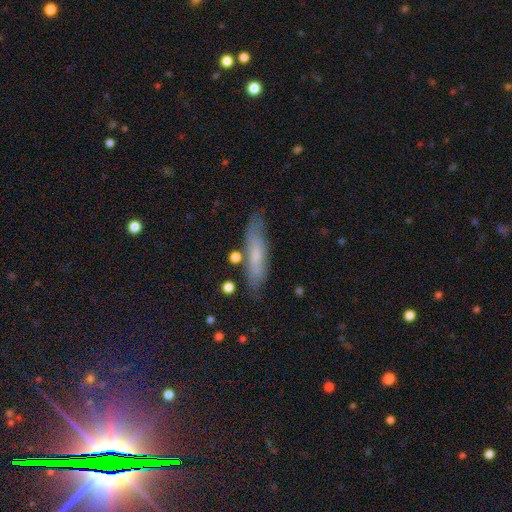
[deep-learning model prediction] A smooth galaxy with no disk features (61%) that is cigar-shaped (75%). Merging: none (76%).